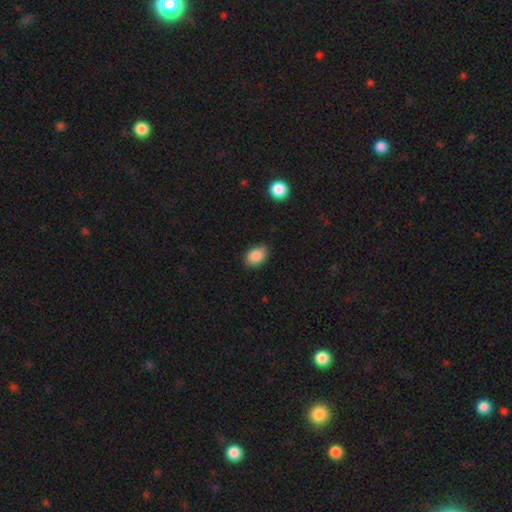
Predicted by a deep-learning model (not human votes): Smooth or featured? smooth (88%)
How rounded? in between (85%)
Merging? none (85%)